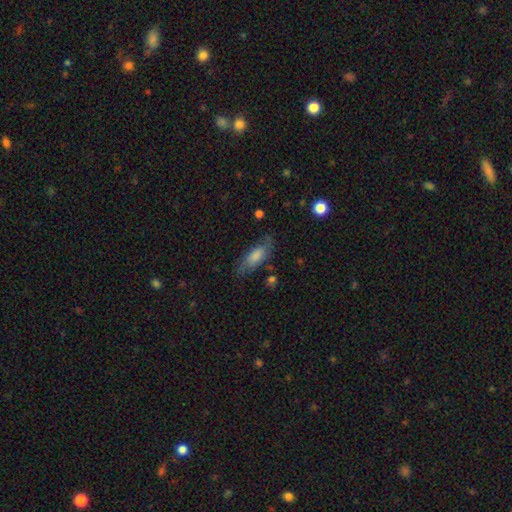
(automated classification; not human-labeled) The model was most divided on "smooth or featured": smooth: 63%, featured or disk: 28%, star or artifact: 9%. More confident: merging — none (71%); how rounded — in between (67%).